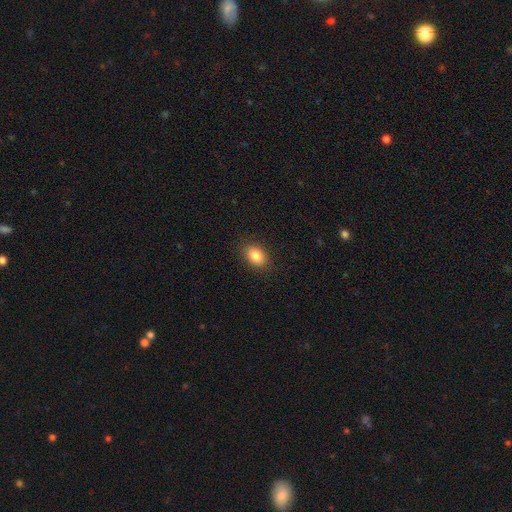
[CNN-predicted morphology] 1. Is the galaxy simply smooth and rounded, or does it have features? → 86% smooth, 8% star or artifact, 5% featured or disk.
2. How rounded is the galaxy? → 81% in between, 18% round, 1% cigar-shaped.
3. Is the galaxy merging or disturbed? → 88% none, 9% minor disturbance, 2% major disturbance, 1% merger.